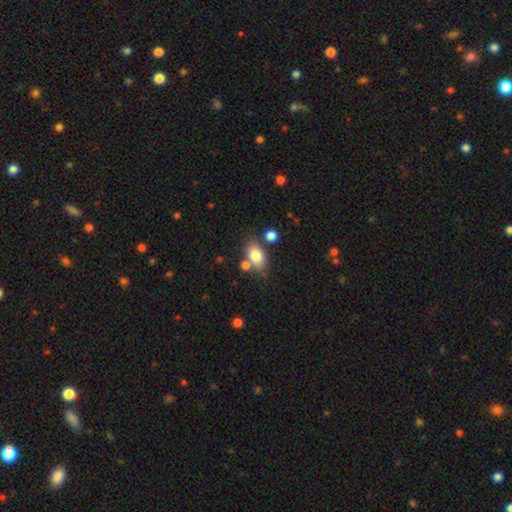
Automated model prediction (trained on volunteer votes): A smooth galaxy with no disk features (82%) that is in between round and cigar-shaped (86%).

Vote fractions:
- Smooth or featured? smooth: 82% / featured or disk: 10% / star or artifact: 8%
- How rounded? in between: 86% / round: 11% / cigar-shaped: 2%
- Merging? none: 66% / merger: 16% / minor disturbance: 13% / major disturbance: 4%